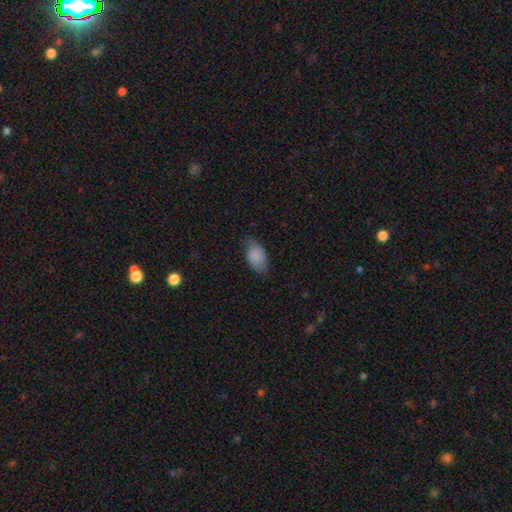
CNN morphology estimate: Q: Smooth or featured?
A: smooth (80%); runner-up: featured or disk (12%)
Q: How rounded?
A: in between (93%); runner-up: round (6%)
Q: Merging?
A: none (67%); runner-up: minor disturbance (26%)